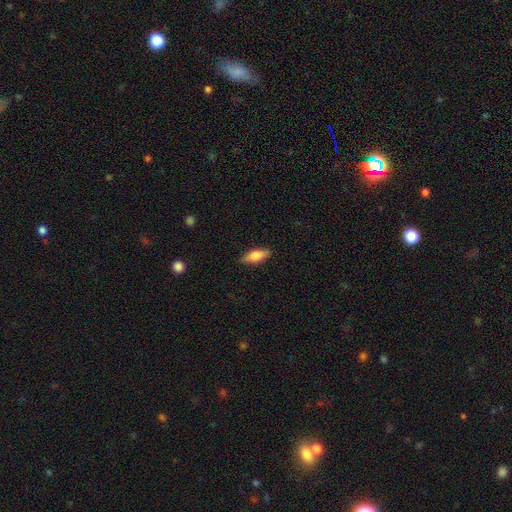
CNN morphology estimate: type=smooth (72%); roundness=in between (69%); merging=none (86%).